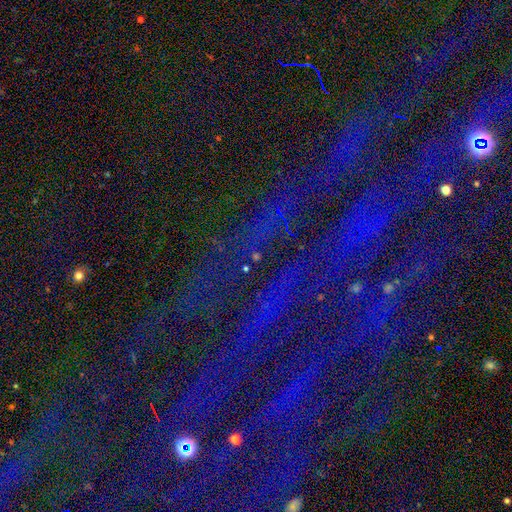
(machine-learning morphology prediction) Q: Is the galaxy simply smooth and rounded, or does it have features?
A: star or artifact — 79%.